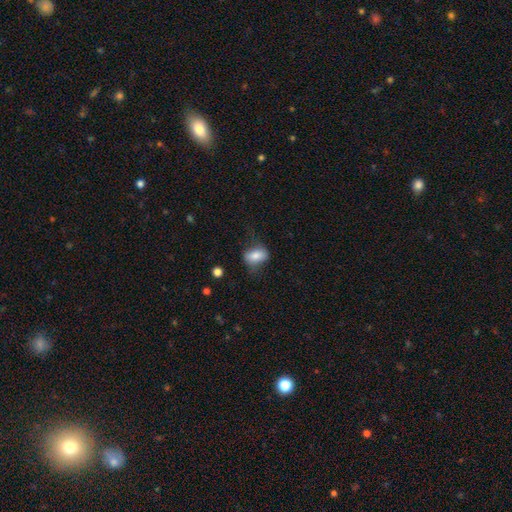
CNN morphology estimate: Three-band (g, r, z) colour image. It shows a smooth galaxy with no disk features (78%) that is in between round and cigar-shaped (85%). Merging: none (59%).